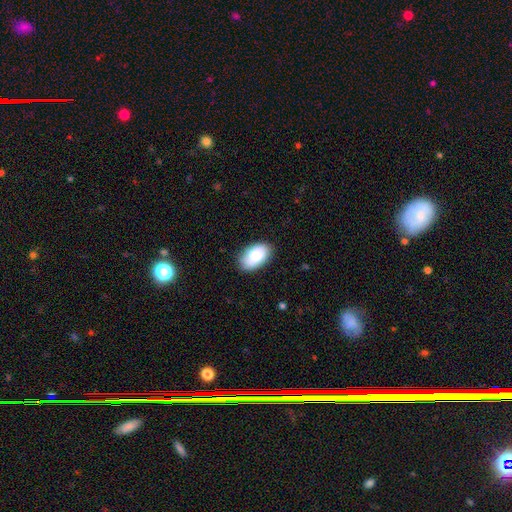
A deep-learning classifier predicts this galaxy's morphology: A smooth galaxy with no disk features (79%) that is in between round and cigar-shaped (93%). Merging: none (77%).